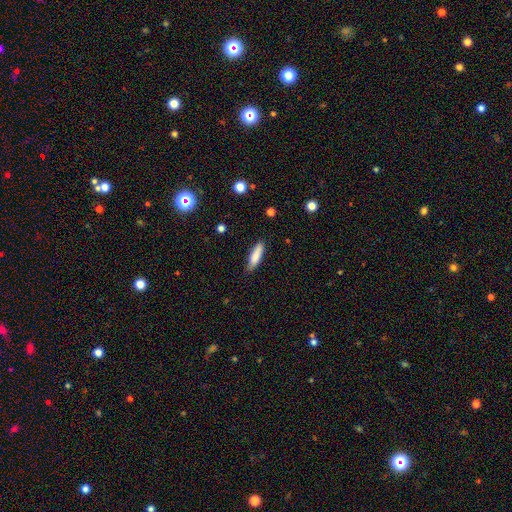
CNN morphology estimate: Overall: smooth (84%). How rounded: cigar-shaped (64%; in between 34%). Merging: none (82%).